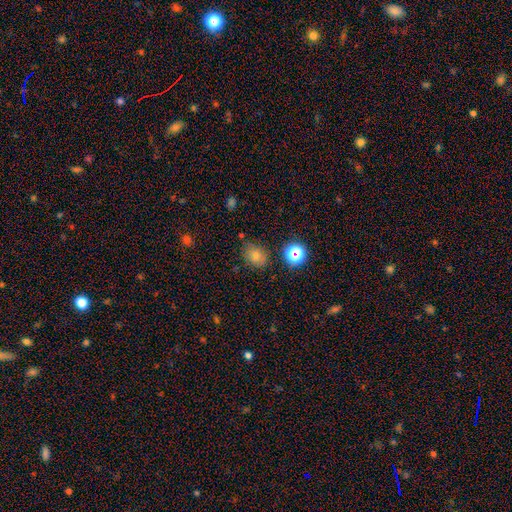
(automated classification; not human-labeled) A smooth galaxy with no disk features (68%) that is round (55%). Merging: none (79%).